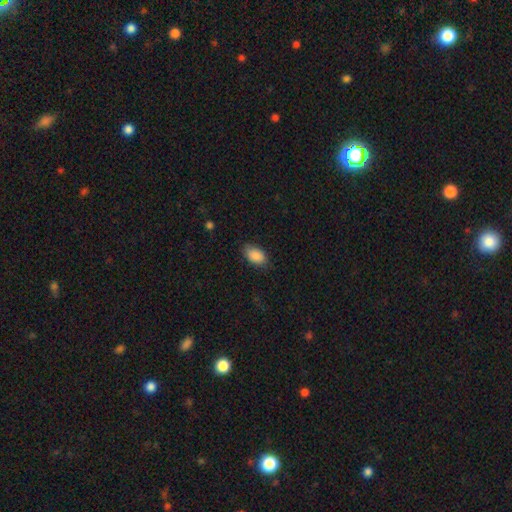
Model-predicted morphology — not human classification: smooth-or-featured: smooth: 89% | star or artifact: 7% | featured or disk: 4%
  how-rounded: in between: 92% | round: 6% | cigar-shaped: 2%
  merging: none: 81% | minor disturbance: 15% | major disturbance: 3% | merger: 1%